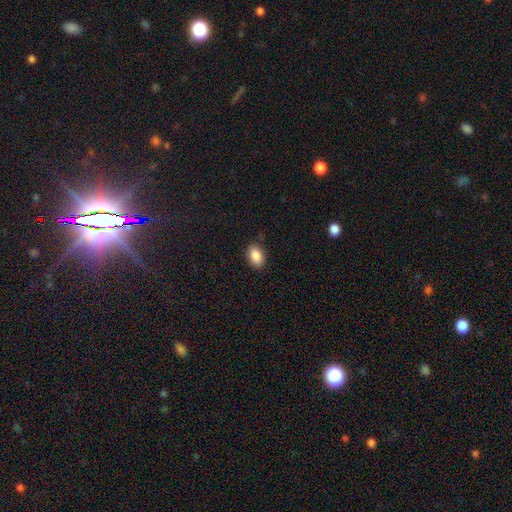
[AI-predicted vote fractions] smooth-or-featured: smooth: 87% | star or artifact: 8% | featured or disk: 5%
  how-rounded: in between: 89% | round: 9% | cigar-shaped: 2%
  merging: none: 86% | minor disturbance: 10% | major disturbance: 2% | merger: 1%